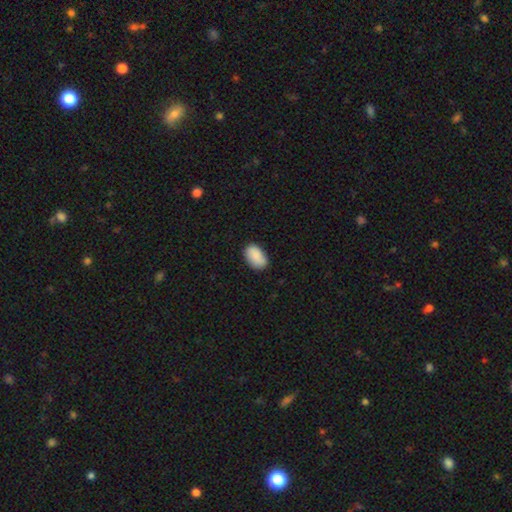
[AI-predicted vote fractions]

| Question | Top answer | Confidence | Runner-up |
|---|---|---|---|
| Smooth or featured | smooth | 86% | featured or disk (7%) |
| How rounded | in between | 92% | round (7%) |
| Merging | none | 76% | minor disturbance (20%) |